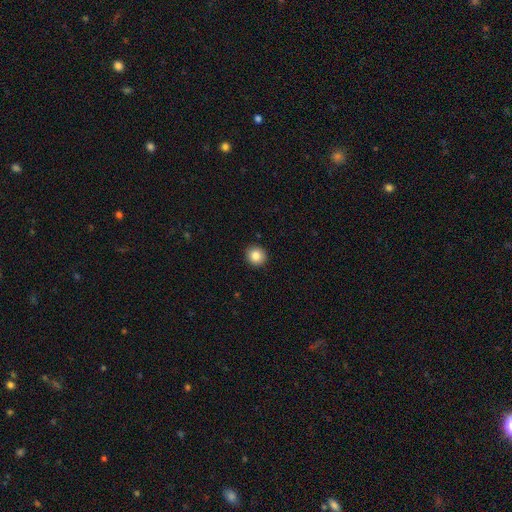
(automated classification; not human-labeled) Smooth or featured?
  - smooth: 85% *
  - star or artifact: 9%
  - featured or disk: 6%
How rounded?
  - round: 89% *
  - in between: 10%
  - cigar-shaped: 1%
Merging?
  - none: 92% *
  - minor disturbance: 5%
  - major disturbance: 2%
  - merger: 1%